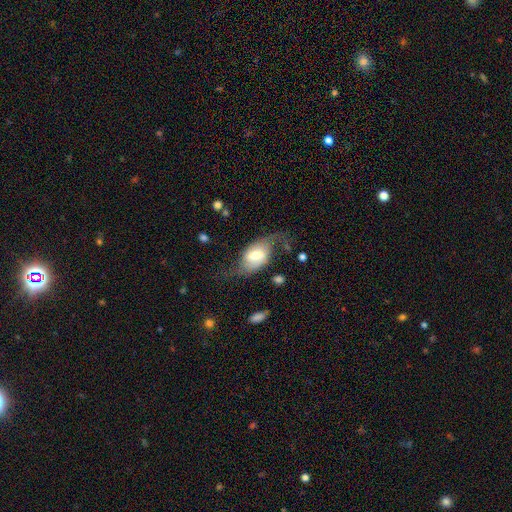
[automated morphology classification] Smooth or featured? Predicted: featured or disk (p=0.67). Edge-on disk? Predicted: no (p=0.94). Bar? Predicted: weak (p=0.47). Spiral arms? Predicted: yes (p=0.89). Spiral winding? Predicted: loose (p=0.78). Spiral arm count? Predicted: 2 (p=0.90). Bulge size? Predicted: moderate (p=0.56). Merging? Predicted: none (p=0.55).